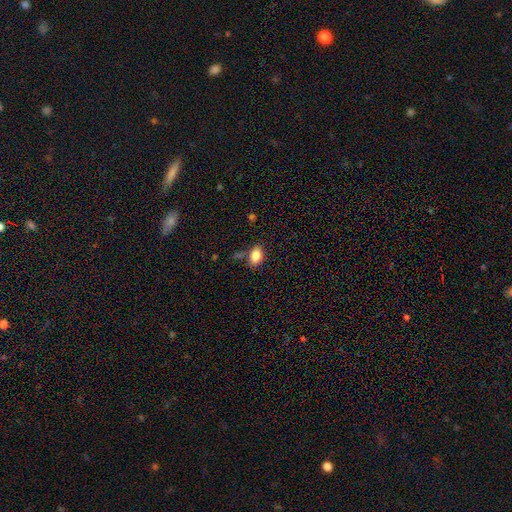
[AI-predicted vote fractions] This is clearly a smooth galaxy (84%). How rounded: clearly in between (85%). Merging: likely none (73%).